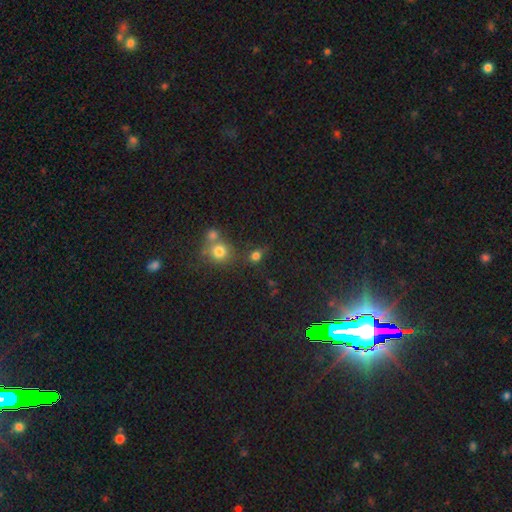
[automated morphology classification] Q: Smooth or featured?
A: smooth (75%); runner-up: star or artifact (18%)
Q: How rounded?
A: round (66%); runner-up: in between (32%)
Q: Merging?
A: none (62%); runner-up: merger (17%)